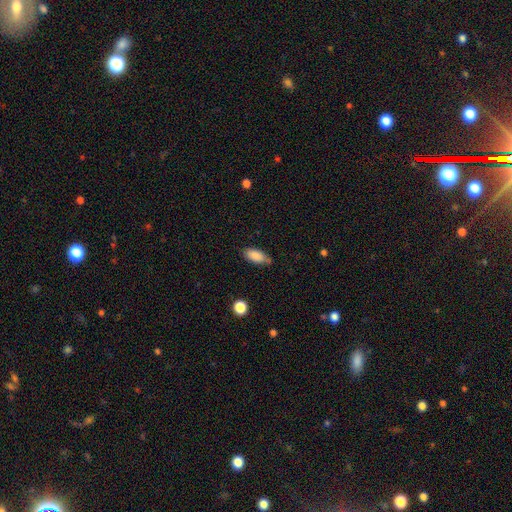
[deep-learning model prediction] Smooth or featured: smooth — 87% (star or artifact — 7%)
How rounded: in between — 89% (cigar-shaped — 8%)
Merging: none — 72% (minor disturbance — 22%)